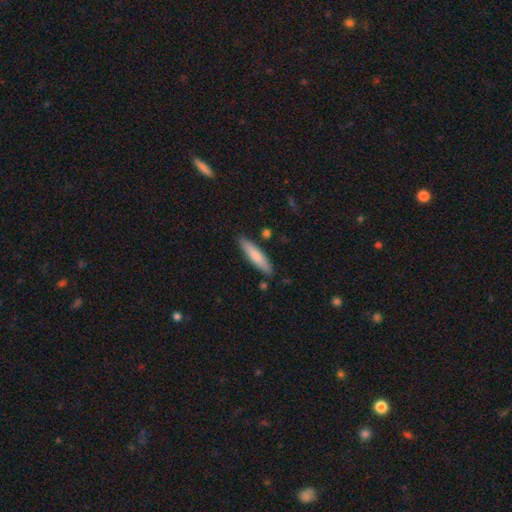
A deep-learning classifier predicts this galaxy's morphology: smooth-or-featured: smooth: 74% | featured or disk: 20% | star or artifact: 5%
  how-rounded: cigar-shaped: 79% | in between: 20% | round: 1%
  merging: none: 85% | minor disturbance: 10% | merger: 3% | major disturbance: 2%